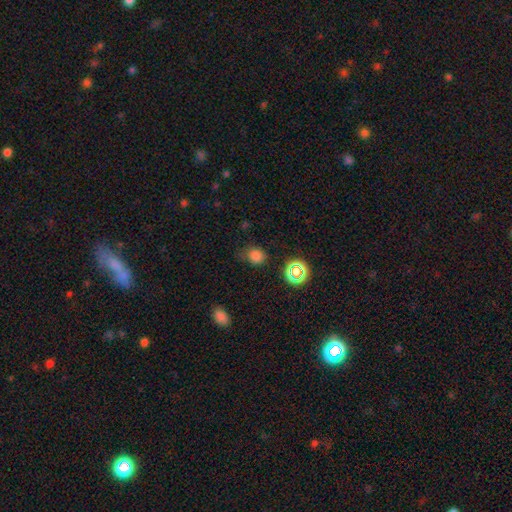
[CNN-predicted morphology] This appears to be a smooth galaxy with no disk features (77%) that is round (73%). Merging: none (65%).